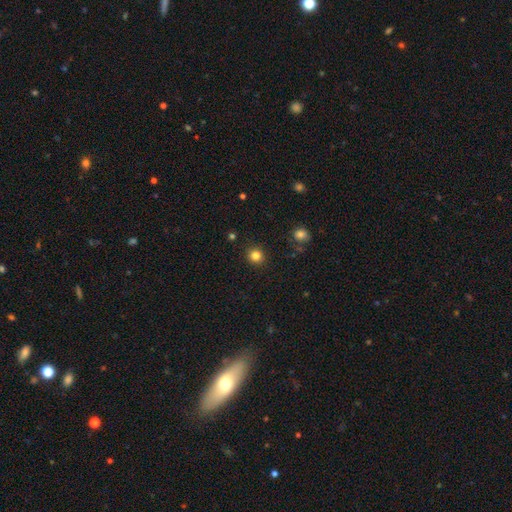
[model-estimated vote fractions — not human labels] Smooth or featured?
  - smooth: 82% *
  - star or artifact: 13%
  - featured or disk: 5%
How rounded?
  - round: 92% *
  - in between: 8%
  - cigar-shaped: 1%
Merging?
  - none: 91% *
  - minor disturbance: 6%
  - major disturbance: 2%
  - merger: 1%